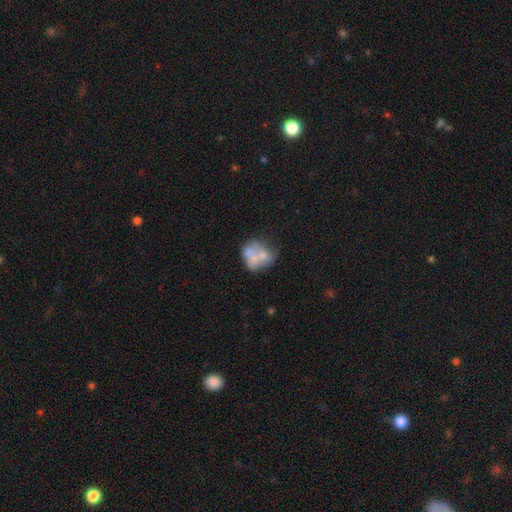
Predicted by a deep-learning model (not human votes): Smooth or featured? smooth (47%)
Merging? merger (46%)